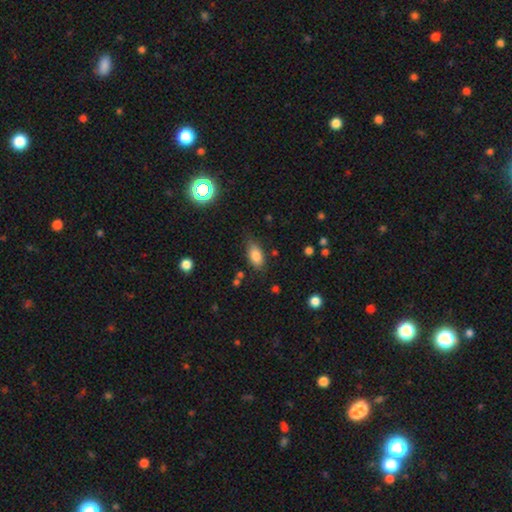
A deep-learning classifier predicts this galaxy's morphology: This appears to be a smooth galaxy with no disk features (83%) that is in between round and cigar-shaped (89%). Merging: none (72%).